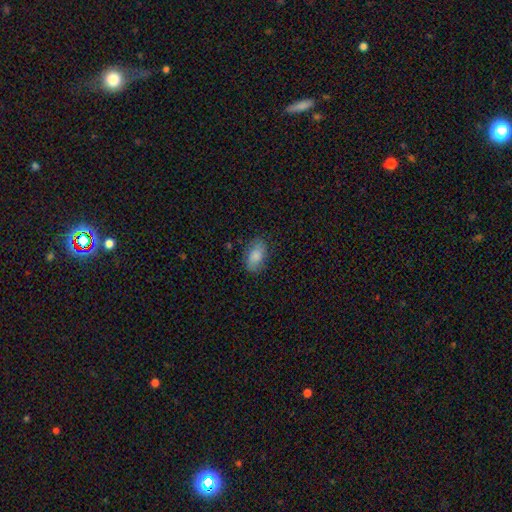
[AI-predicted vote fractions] Smooth or featured: smooth — 81% (featured or disk — 11%)
How rounded: in between — 90% (round — 8%)
Merging: none — 80% (minor disturbance — 15%)